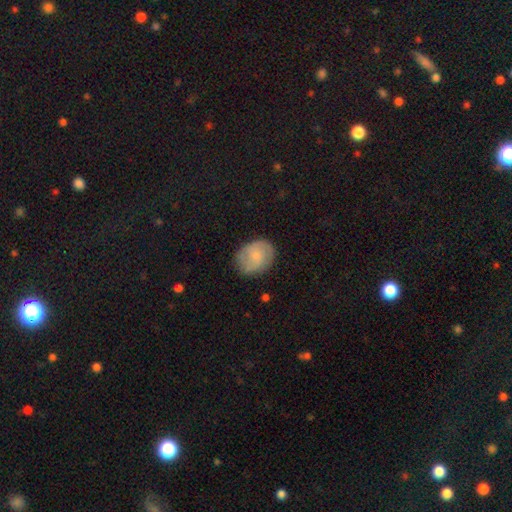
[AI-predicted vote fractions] Smooth or featured: smooth — 55% (featured or disk — 38%)
How rounded: in between — 55% (round — 44%)
Merging: none — 78% (minor disturbance — 16%)